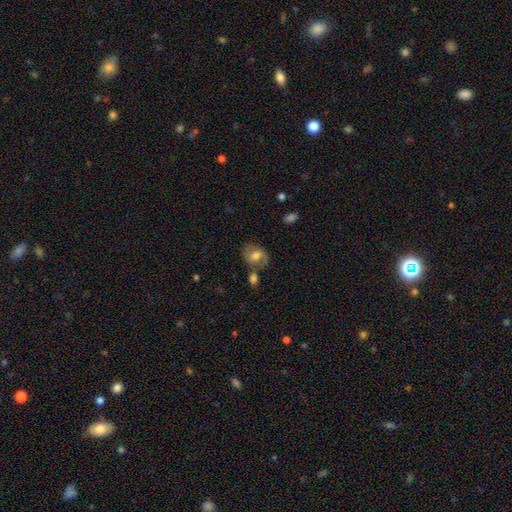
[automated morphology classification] This appears to be a smooth galaxy with no disk features (55%) that is in between round and cigar-shaped (56%). Merging: none (59%).